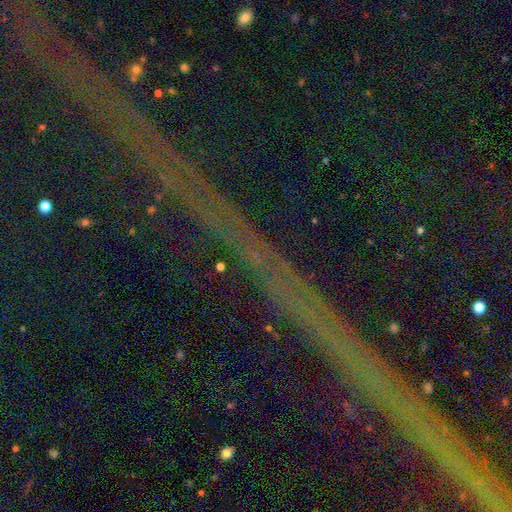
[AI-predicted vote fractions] Overall: star or artifact (83%).